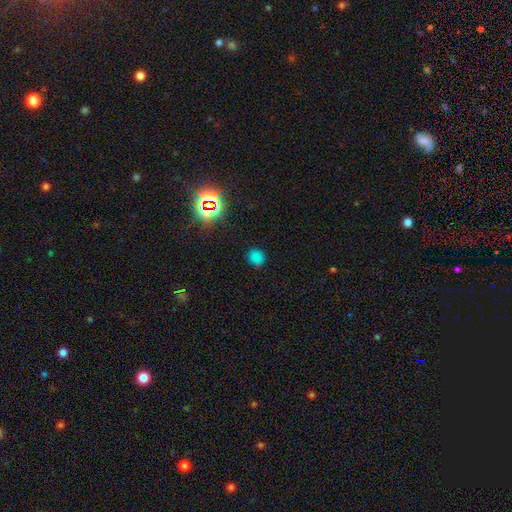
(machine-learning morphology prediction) The model was most divided on "smooth or featured": smooth: 66%, star or artifact: 28%, featured or disk: 5%. More confident: merging — none (80%); how rounded — round (80%).